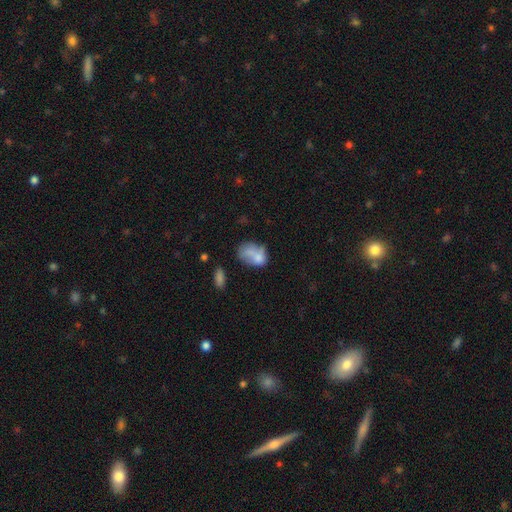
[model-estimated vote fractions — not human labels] smooth-or-featured: smooth: 68% | featured or disk: 22% | star or artifact: 9%
  how-rounded: in between: 74% | round: 24% | cigar-shaped: 2%
  merging: merger: 32% | none: 26% | minor disturbance: 22% | major disturbance: 19%